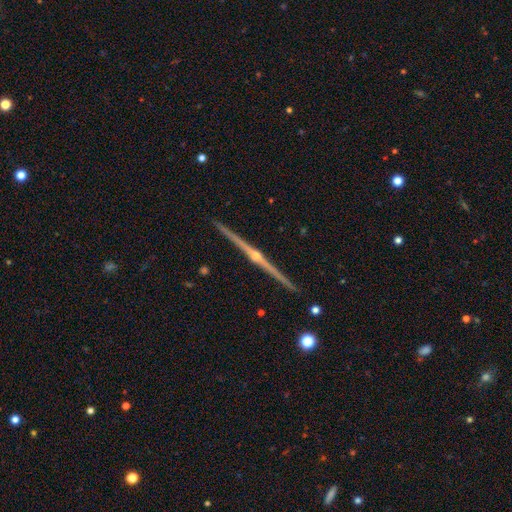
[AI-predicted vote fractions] Overall: featured or disk (89%). Edge-on disk: yes (99%). Edge-on bulge: rounded (88%). Merging: none (93%).